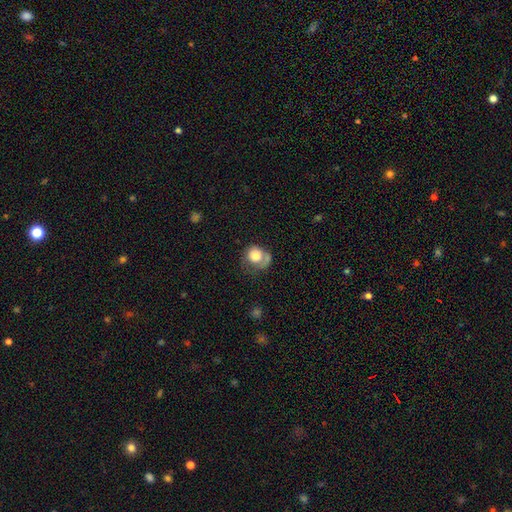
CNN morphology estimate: smooth_or_featured: smooth (p=0.69) [alt: featured or disk p=0.23]
how_rounded: round (p=0.75) [alt: in between p=0.24]
merging: none (p=0.37) [alt: major disturbance p=0.27]